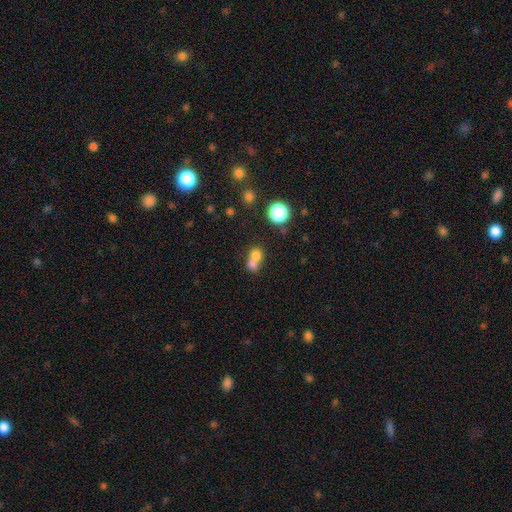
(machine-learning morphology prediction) A smooth galaxy with no disk features (71%) that is round (71%).

Vote fractions:
- Smooth or featured? smooth: 71% / featured or disk: 15% / star or artifact: 14%
- How rounded? round: 71% / in between: 27% / cigar-shaped: 1%
- Merging? merger: 65% / none: 27% / minor disturbance: 5% / major disturbance: 3%